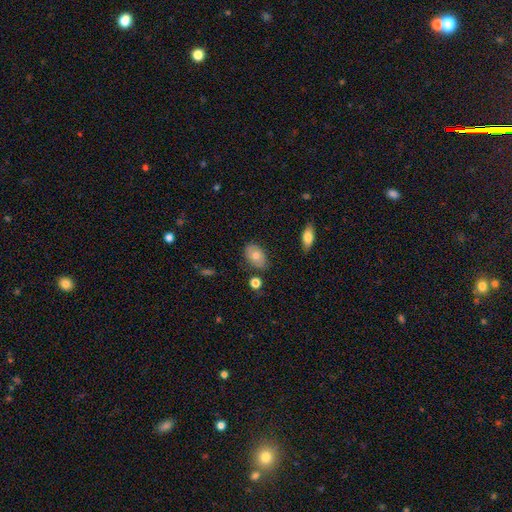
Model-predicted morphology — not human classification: type=smooth (68%); roundness=in between (85%); merging=none (79%).